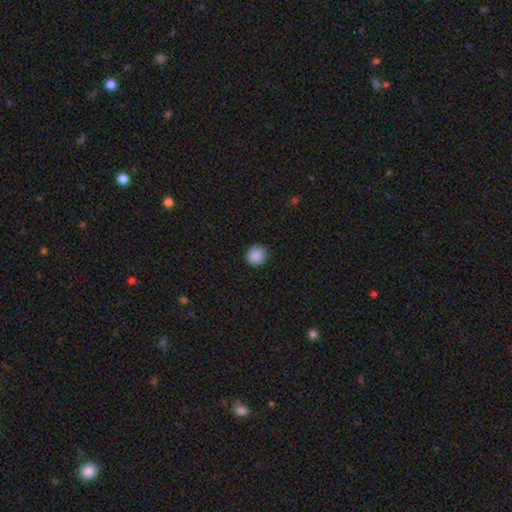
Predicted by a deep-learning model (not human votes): smooth_or_featured: smooth (p=0.88) [alt: star or artifact p=0.09]
how_rounded: round (p=0.93) [alt: in between p=0.06]
merging: none (p=0.90) [alt: minor disturbance p=0.07]